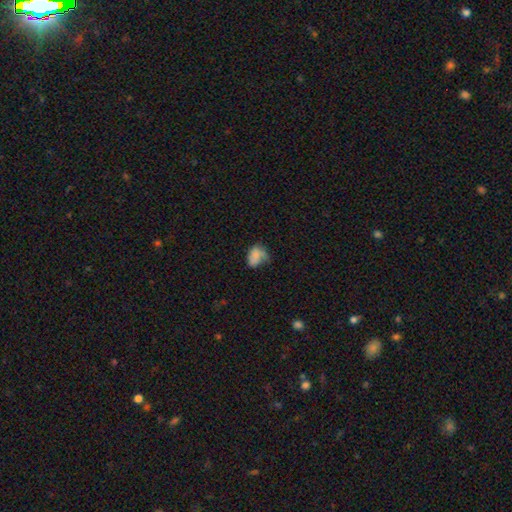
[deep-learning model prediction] Morphology: type=smooth (70%); roundness=in between (77%); merging=minor disturbance (34%).